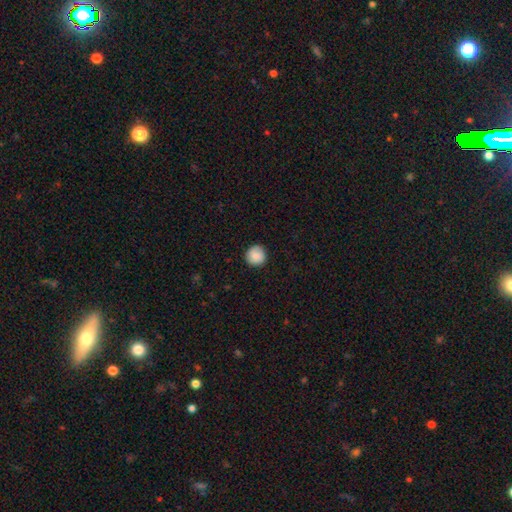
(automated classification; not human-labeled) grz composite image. It shows a smooth galaxy with no disk features (87%) that is round (95%). Merging: none (90%).